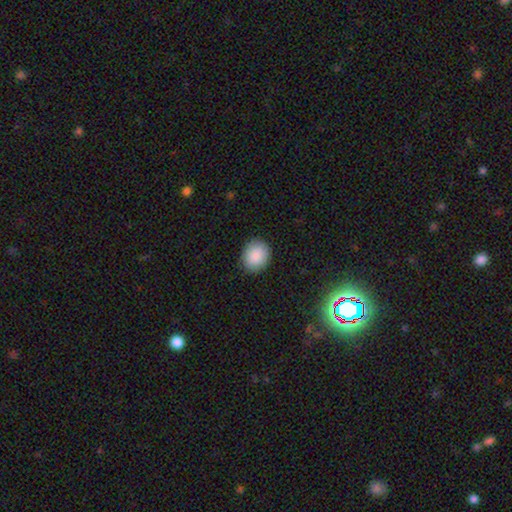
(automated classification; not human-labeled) Q: Smooth or featured?
A: smooth (90%); runner-up: star or artifact (7%)
Q: How rounded?
A: round (53%); runner-up: in between (46%)
Q: Merging?
A: none (88%); runner-up: minor disturbance (9%)